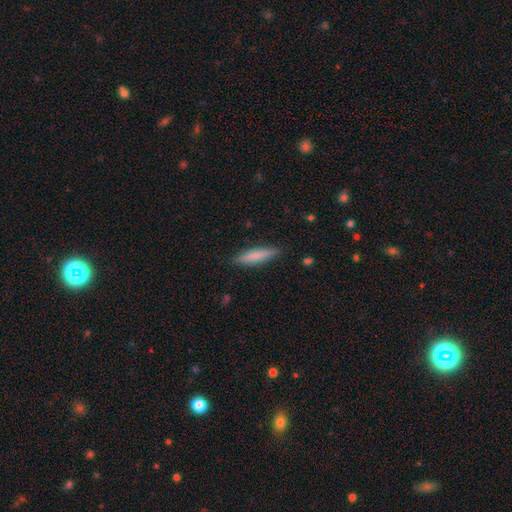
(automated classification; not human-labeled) Smooth or featured: smooth — 76% (featured or disk — 18%)
How rounded: cigar-shaped — 81% (in between — 17%)
Merging: none — 86% (minor disturbance — 10%)